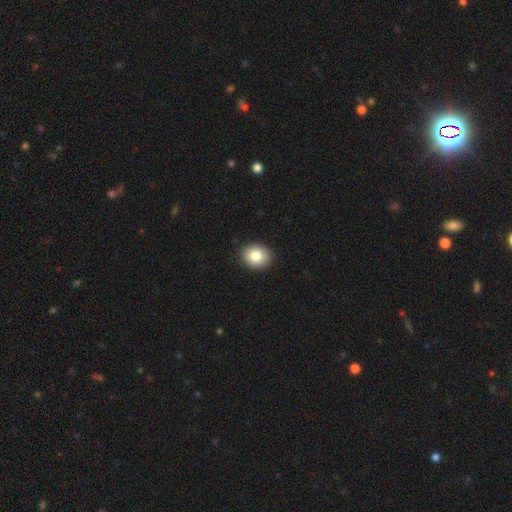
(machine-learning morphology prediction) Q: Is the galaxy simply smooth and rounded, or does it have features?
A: smooth — 84%.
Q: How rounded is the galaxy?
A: round — 56%.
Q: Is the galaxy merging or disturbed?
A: none — 90%.